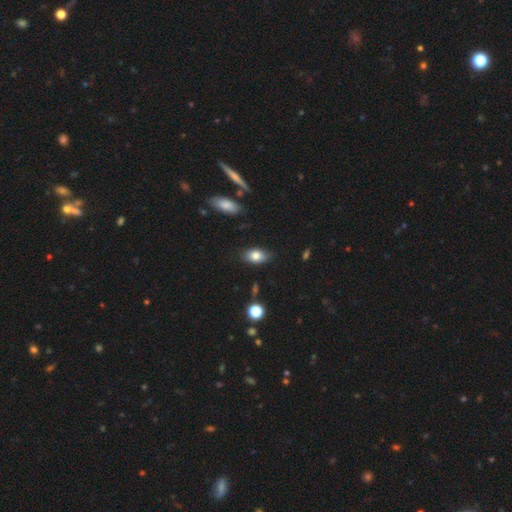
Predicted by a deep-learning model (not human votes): smooth 80%, featured or disk 12%, star or artifact 8%. Down the decision tree: how rounded — in between (89%); merging — none (82%).